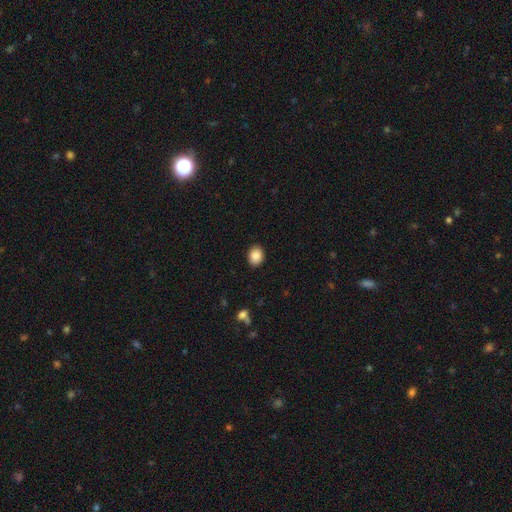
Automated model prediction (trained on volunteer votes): Smooth or featured? smooth (88%)
How rounded? in between (54%)
Merging? none (89%)